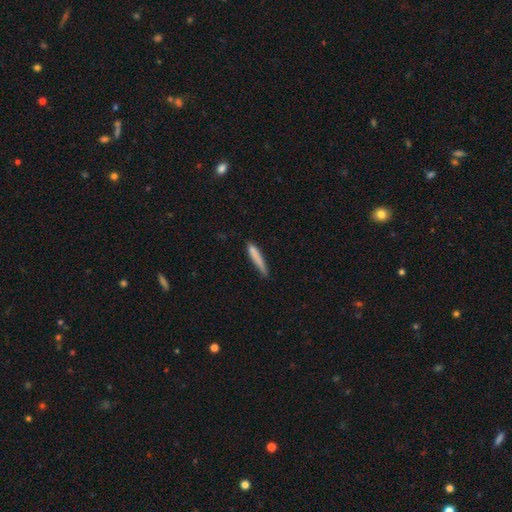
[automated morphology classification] A smooth galaxy with no disk features (80%) that is cigar-shaped (94%). Merging: none (72%).